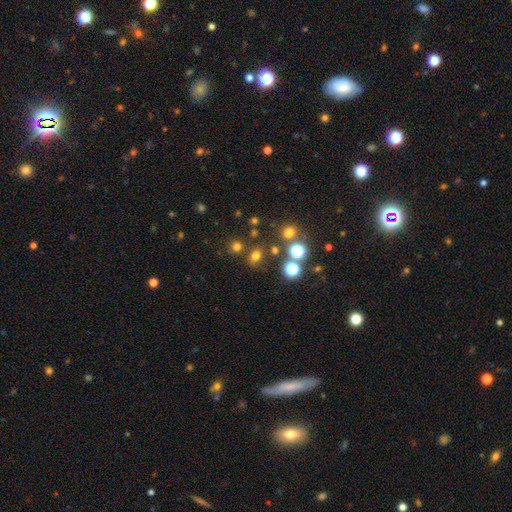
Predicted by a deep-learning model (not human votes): This appears to be a smooth galaxy with no disk features (69%) that is round (66%). Merging: none (77%).